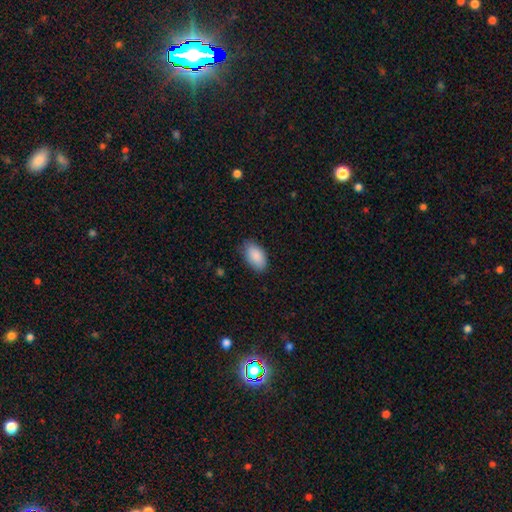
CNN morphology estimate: smooth_or_featured: smooth (p=0.88) [alt: star or artifact p=0.06]
how_rounded: in between (p=0.94) [alt: round p=0.04]
merging: none (p=0.78) [alt: minor disturbance p=0.18]